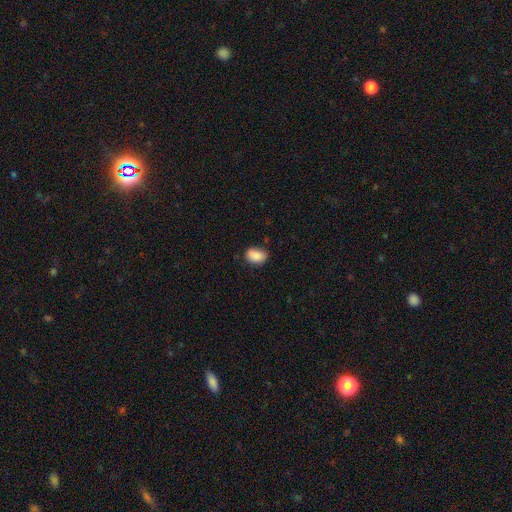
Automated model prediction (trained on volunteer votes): Smooth or featured? smooth (88%)
How rounded? in between (82%)
Merging? none (77%)